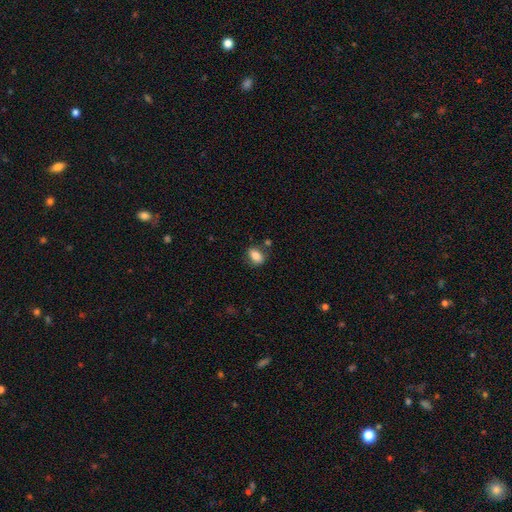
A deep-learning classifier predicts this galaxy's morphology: A smooth galaxy with no disk features (82%) that is in between round and cigar-shaped (76%). Merging: none (71%).